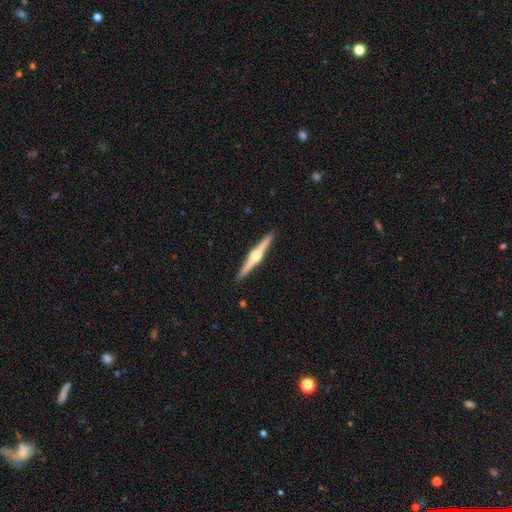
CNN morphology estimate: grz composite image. It shows a featured or disk galaxy (80%) viewed edge-on (99%) with a rounded central bulge (95%). Merging: none (92%).